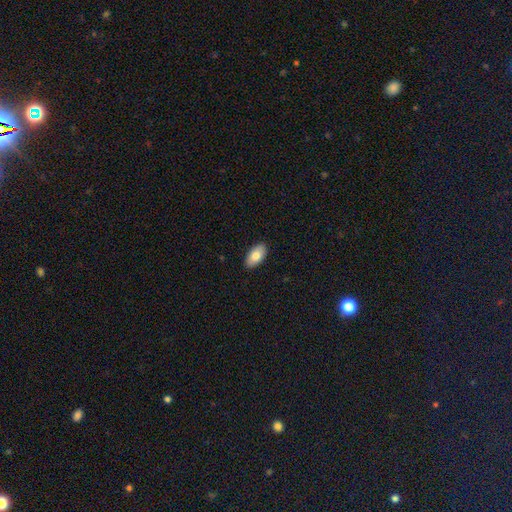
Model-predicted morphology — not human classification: The model was most divided on "smooth or featured": smooth: 78%, featured or disk: 15%, star or artifact: 6%. More confident: how rounded — in between (94%); merging — none (89%).